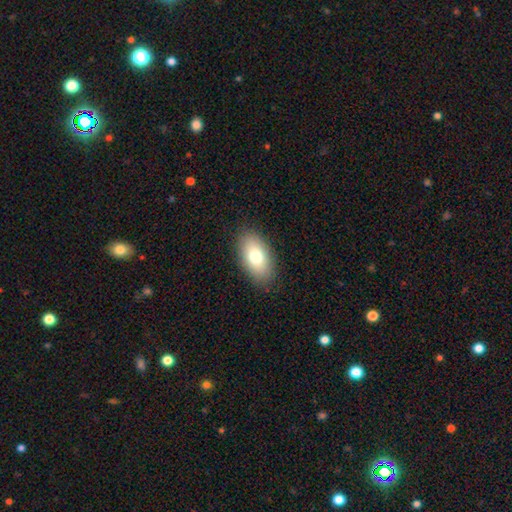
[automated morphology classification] Smooth or featured? Predicted: smooth (p=0.77). How rounded? Predicted: in between (p=0.93). Merging? Predicted: none (p=0.87).